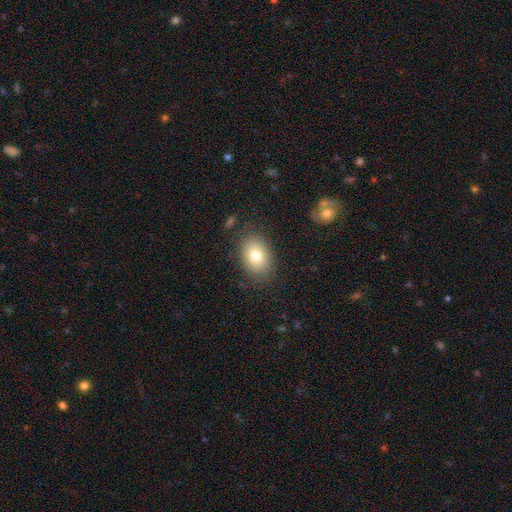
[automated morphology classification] The model was most divided on "how rounded": in between: 77%, round: 22%, cigar-shaped: 1%. More confident: merging — none (83%); smooth or featured — smooth (78%).